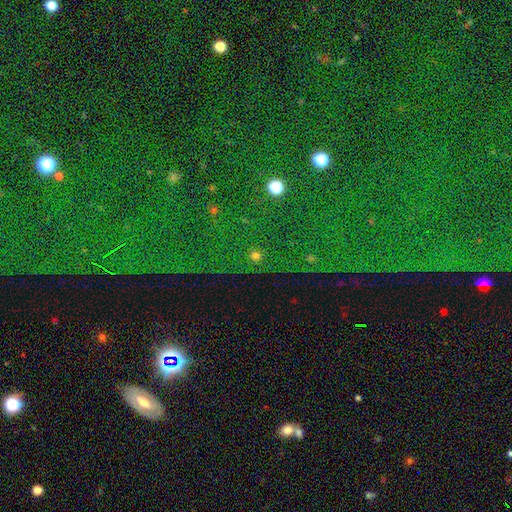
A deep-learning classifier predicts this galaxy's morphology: Smooth or featured?
  - smooth: 53% *
  - star or artifact: 38%
  - featured or disk: 9%
How rounded?
  - round: 92% *
  - in between: 7%
  - cigar-shaped: 1%
Merging?
  - none: 78% *
  - minor disturbance: 9%
  - major disturbance: 6%
  - merger: 6%